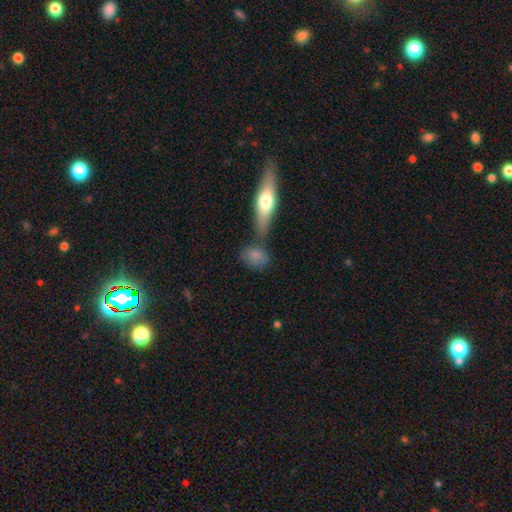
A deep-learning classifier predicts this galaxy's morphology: Overall: smooth (78%). How rounded: in between (62%; round 32%). Merging: none (53%; merger 25%).